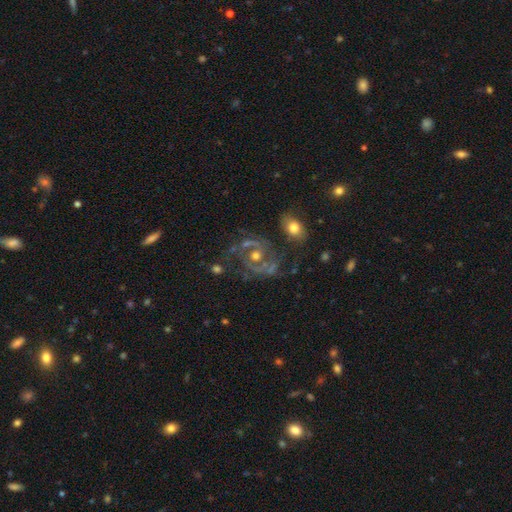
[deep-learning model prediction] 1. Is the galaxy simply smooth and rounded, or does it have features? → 76% featured or disk, 13% star or artifact, 11% smooth.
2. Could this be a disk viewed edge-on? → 97% no, 3% yes.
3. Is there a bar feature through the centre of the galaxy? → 61% no, 29% weak, 10% strong.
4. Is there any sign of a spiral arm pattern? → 83% yes, 17% no.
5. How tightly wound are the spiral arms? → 49% medium, 30% tight, 20% loose.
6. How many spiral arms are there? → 69% 2, 15% can't tell, 6% 3, 5% 1, 3% 4, 3% more than 4.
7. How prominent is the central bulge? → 56% moderate, 33% small, 5% large, 4% none, 2% dominant.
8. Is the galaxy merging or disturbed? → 57% none, 17% minor disturbance, 16% major disturbance, 10% merger.